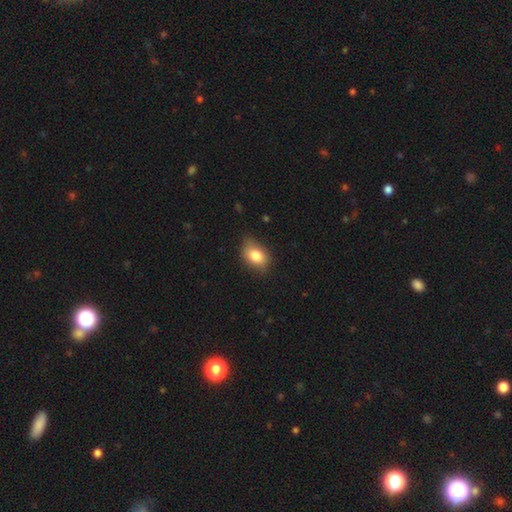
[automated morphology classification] type=smooth (81%); roundness=in between (80%); merging=none (71%).